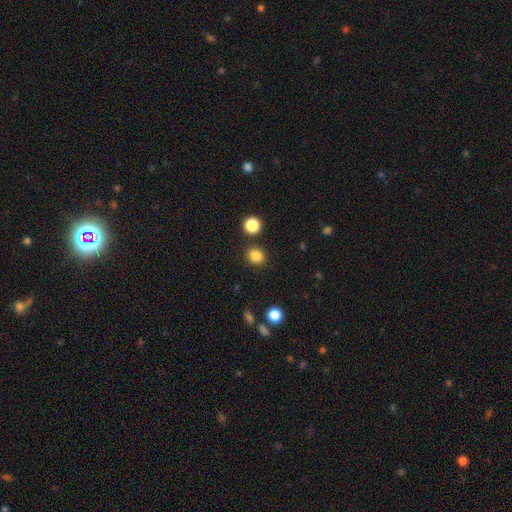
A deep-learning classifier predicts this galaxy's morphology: Q: Smooth or featured?
A: smooth (85%); runner-up: star or artifact (11%)
Q: How rounded?
A: round (77%); runner-up: in between (22%)
Q: Merging?
A: none (86%); runner-up: minor disturbance (7%)